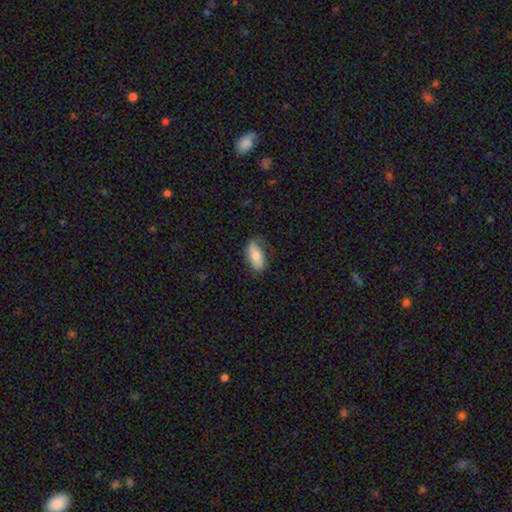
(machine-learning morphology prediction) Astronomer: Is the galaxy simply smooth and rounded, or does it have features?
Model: smooth — 71%.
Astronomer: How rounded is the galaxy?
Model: in between — 86%.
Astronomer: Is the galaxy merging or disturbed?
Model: none — 69%.